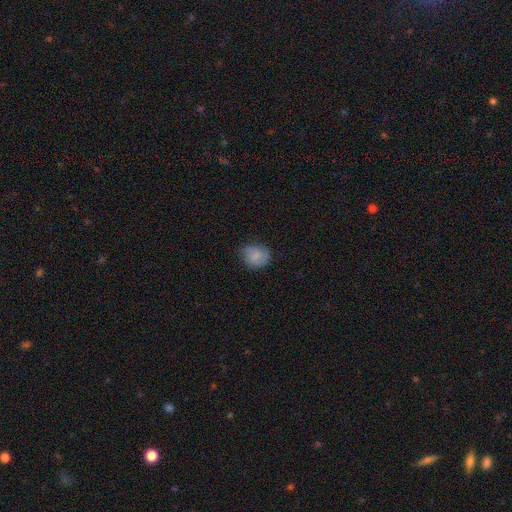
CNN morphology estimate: Q: Smooth or featured?
A: smooth (82%); runner-up: featured or disk (9%)
Q: How rounded?
A: round (67%); runner-up: in between (32%)
Q: Merging?
A: none (68%); runner-up: minor disturbance (25%)